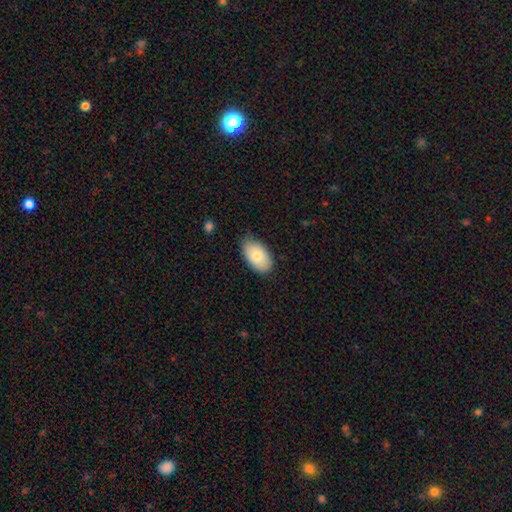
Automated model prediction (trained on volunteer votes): Morphology: type=smooth (80%); roundness=in between (95%); merging=none (75%).